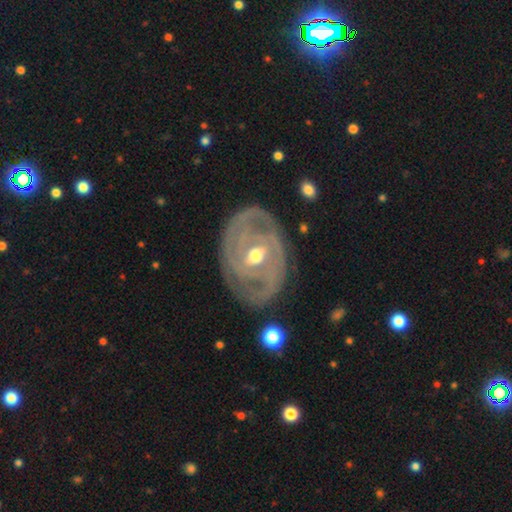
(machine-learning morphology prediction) Smooth or featured? featured or disk (86%)
Edge-on disk? no (95%)
Bar? weak (44%)
Spiral arms? yes (80%)
Spiral winding? tight (68%)
Spiral arm count? 2 (41%)
Bulge size? moderate (74%)
Merging? none (76%)